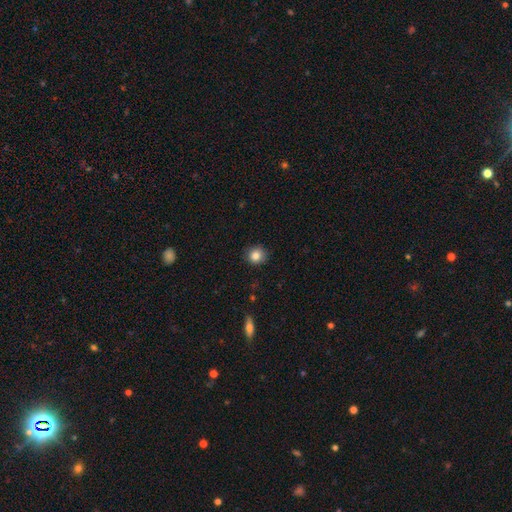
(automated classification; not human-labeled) Overall: smooth (84%). How rounded: round (89%). Merging: none (89%).